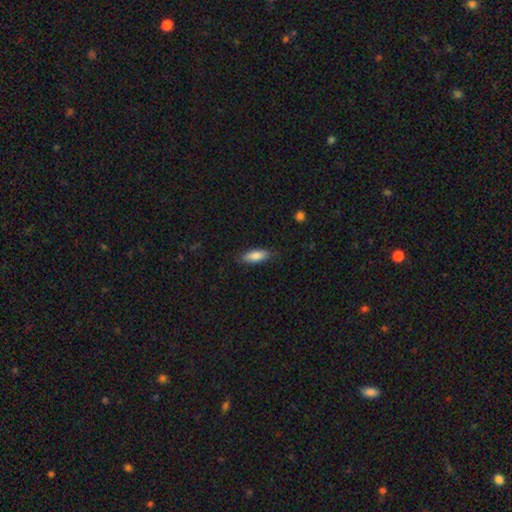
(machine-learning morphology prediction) The model was most divided on "how rounded": in between: 64%, cigar-shaped: 34%, round: 2%. More confident: smooth or featured — smooth (84%); merging — none (82%).